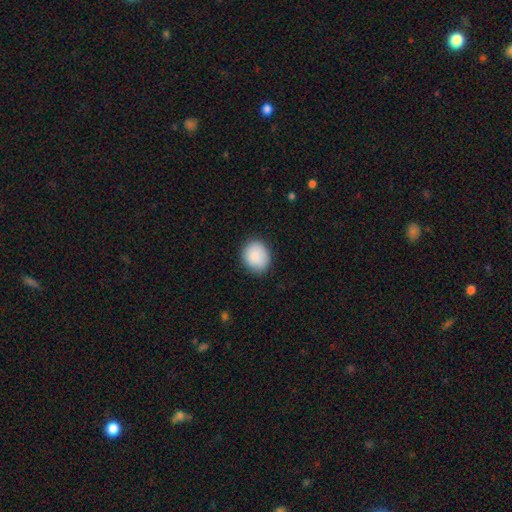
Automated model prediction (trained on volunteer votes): A smooth galaxy with no disk features (89%) that is round (63%). Merging: none (86%).